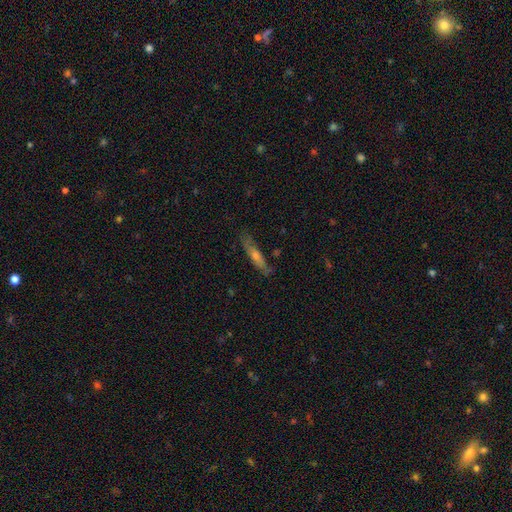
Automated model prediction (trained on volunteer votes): featured or disk 49%, smooth 42%, star or artifact 9%. Down the decision tree: merging — none (76%).